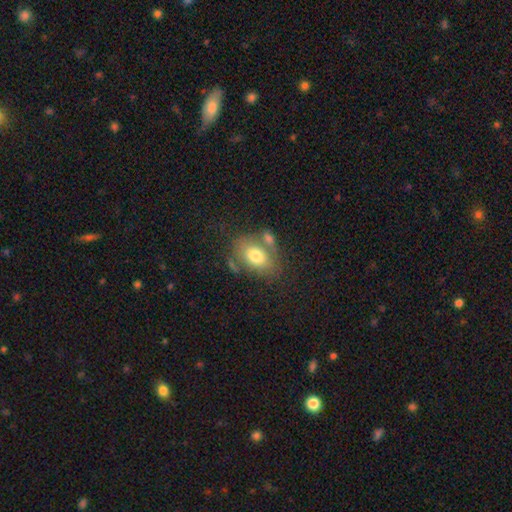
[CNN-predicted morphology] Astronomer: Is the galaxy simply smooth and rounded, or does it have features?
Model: smooth — 72%.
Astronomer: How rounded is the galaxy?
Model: in between — 81%.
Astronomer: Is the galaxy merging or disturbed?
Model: none — 53%.